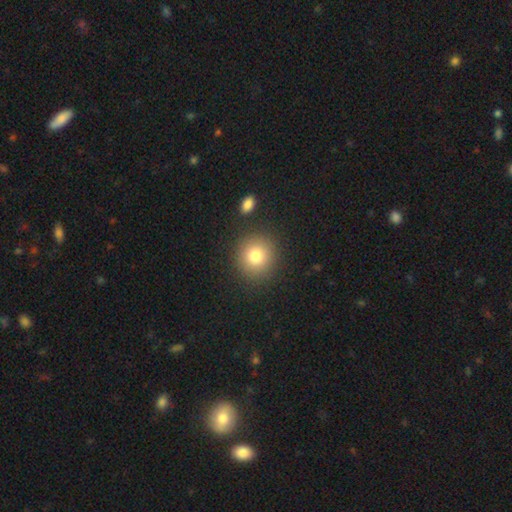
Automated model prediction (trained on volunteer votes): The model was most divided on "smooth or featured": smooth: 81%, star or artifact: 11%, featured or disk: 9%. More confident: how rounded — round (90%); merging — none (86%).